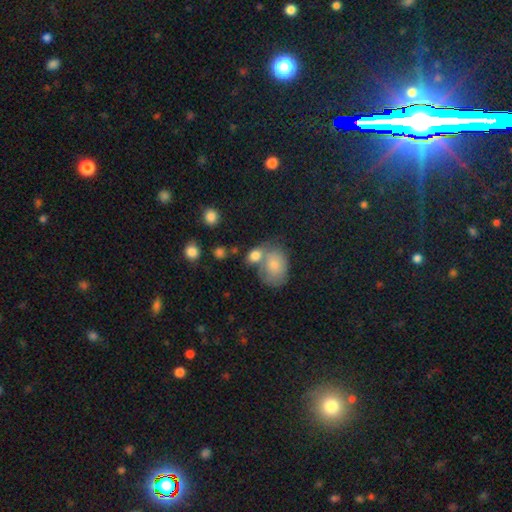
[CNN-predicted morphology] smooth_or_featured: smooth (p=0.76) [alt: featured or disk p=0.15]
how_rounded: in between (p=0.61) [alt: round p=0.37]
merging: merger (p=0.45) [alt: none p=0.36]